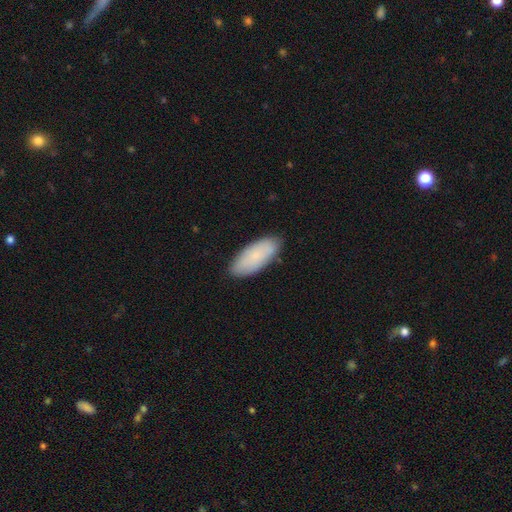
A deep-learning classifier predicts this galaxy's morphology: Smooth or featured?
  - smooth: 80% *
  - featured or disk: 13%
  - star or artifact: 6%
How rounded?
  - in between: 82% *
  - cigar-shaped: 16%
  - round: 2%
Merging?
  - none: 85% *
  - minor disturbance: 12%
  - major disturbance: 2%
  - merger: 1%